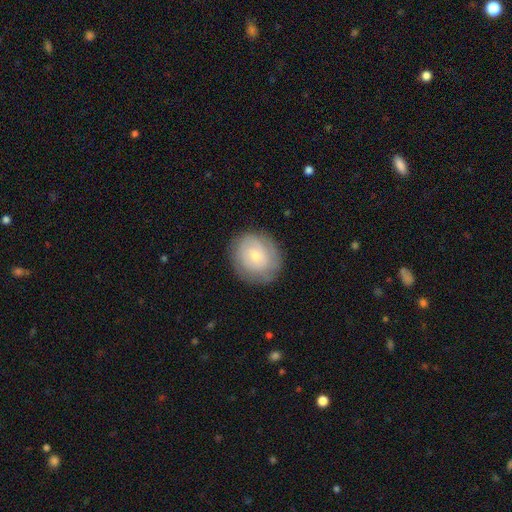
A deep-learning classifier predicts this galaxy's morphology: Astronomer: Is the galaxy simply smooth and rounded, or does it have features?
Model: featured or disk — 47% (runner-up: smooth, 46%).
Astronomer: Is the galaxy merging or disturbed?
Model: none — 81%.